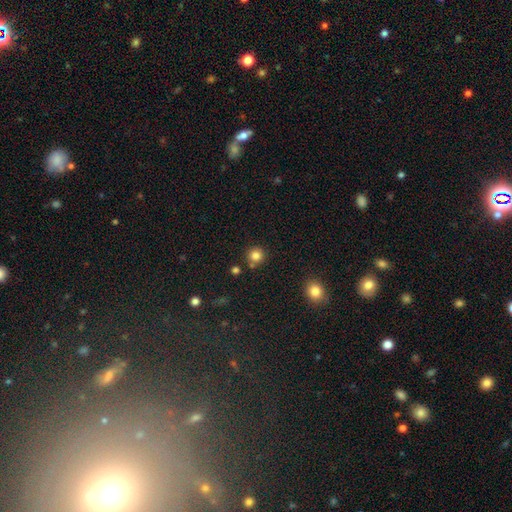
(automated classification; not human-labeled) Smooth or featured: smooth — 82% (star or artifact — 12%)
How rounded: round — 93% (in between — 6%)
Merging: none — 80% (merger — 10%)